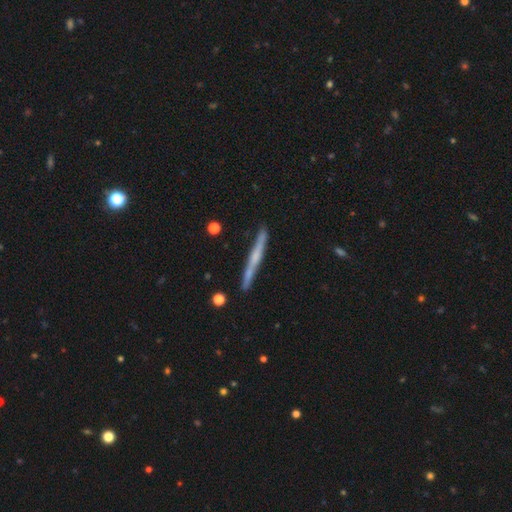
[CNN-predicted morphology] smooth-or-featured: featured or disk: 60% | smooth: 34% | star or artifact: 6%
  disk-edge-on: yes: 96% | no: 4%
    edge-on-bulge: none: 52% | rounded: 37% | boxy: 11%
  merging: none: 86% | minor disturbance: 10% | merger: 2% | major disturbance: 2%